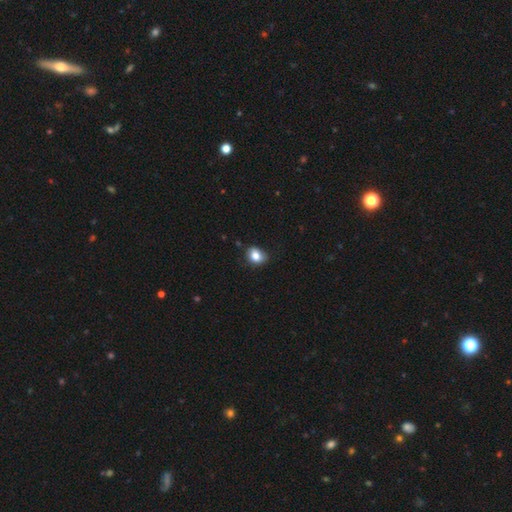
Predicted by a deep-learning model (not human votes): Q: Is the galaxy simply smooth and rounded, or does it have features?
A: smooth — 82%.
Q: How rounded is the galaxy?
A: in between — 52%.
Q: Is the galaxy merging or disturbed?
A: none — 72%.